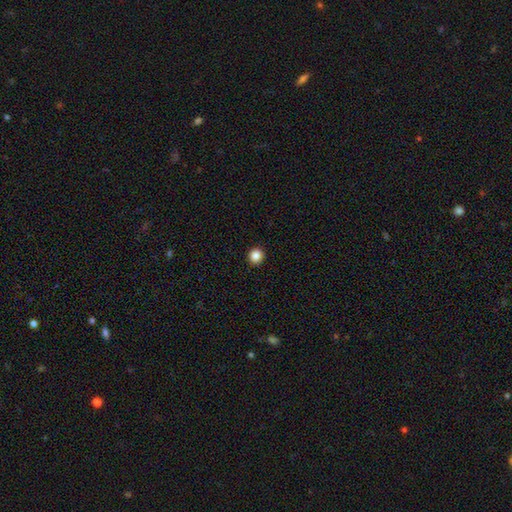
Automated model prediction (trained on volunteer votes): Smooth or featured?
  - smooth: 86% *
  - star or artifact: 10%
  - featured or disk: 3%
How rounded?
  - round: 94% *
  - in between: 5%
  - cigar-shaped: 1%
Merging?
  - none: 94% *
  - minor disturbance: 4%
  - major disturbance: 1%
  - merger: 1%